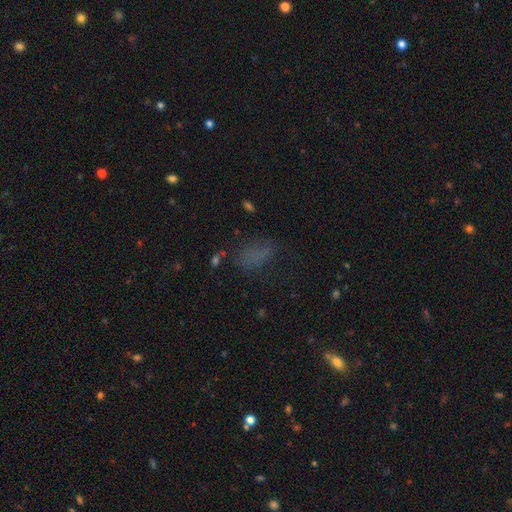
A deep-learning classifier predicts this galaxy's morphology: Q: Smooth or featured?
A: smooth (64%); runner-up: star or artifact (23%)
Q: How rounded?
A: in between (83%); runner-up: round (9%)
Q: Merging?
A: none (56%); runner-up: minor disturbance (22%)